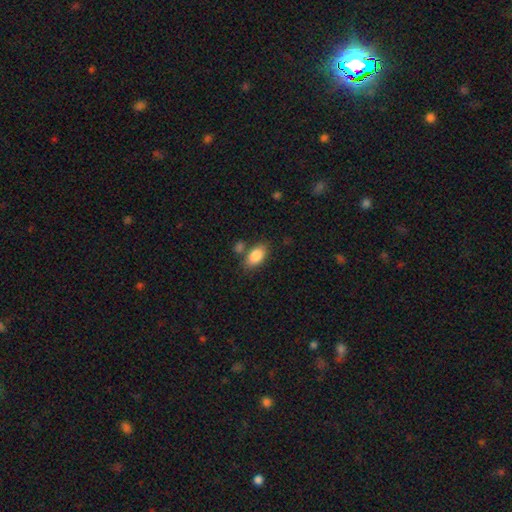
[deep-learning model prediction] Smooth or featured?
  - smooth: 86% *
  - star or artifact: 7%
  - featured or disk: 7%
How rounded?
  - in between: 91% *
  - round: 5%
  - cigar-shaped: 3%
Merging?
  - none: 71% *
  - minor disturbance: 14%
  - merger: 12%
  - major disturbance: 4%